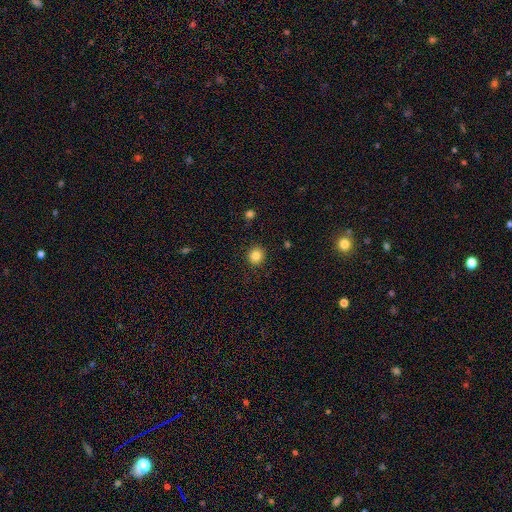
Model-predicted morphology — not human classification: A smooth galaxy with no disk features (84%) that is round (89%).

Vote fractions:
- Smooth or featured? smooth: 84% / star or artifact: 11% / featured or disk: 5%
- How rounded? round: 89% / in between: 10% / cigar-shaped: 1%
- Merging? none: 90% / minor disturbance: 6% / major disturbance: 2% / merger: 1%